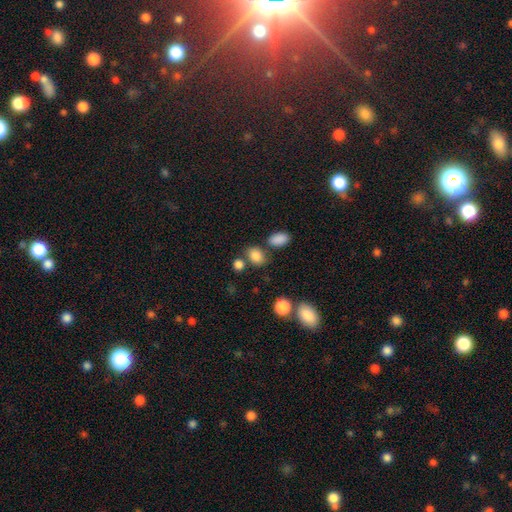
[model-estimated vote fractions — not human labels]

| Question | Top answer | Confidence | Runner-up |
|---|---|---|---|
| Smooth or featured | smooth | 84% | star or artifact (11%) |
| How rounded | in between | 60% | round (39%) |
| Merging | none | 67% | merger (15%) |